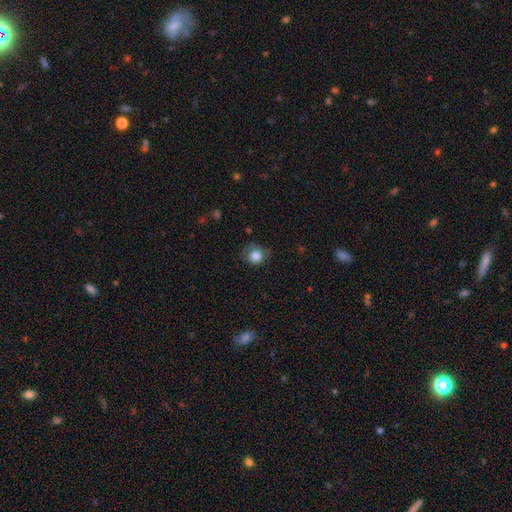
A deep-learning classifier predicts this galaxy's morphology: Smooth or featured?
  - smooth: 80% *
  - featured or disk: 11%
  - star or artifact: 10%
How rounded?
  - round: 79% *
  - in between: 20%
  - cigar-shaped: 1%
Merging?
  - none: 63% *
  - minor disturbance: 25%
  - major disturbance: 11%
  - merger: 1%